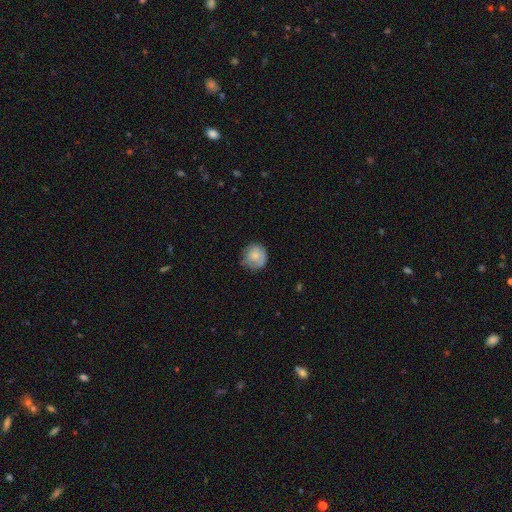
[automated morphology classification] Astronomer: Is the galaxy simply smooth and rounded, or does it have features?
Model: smooth — 73%.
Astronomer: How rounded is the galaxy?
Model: round — 90%.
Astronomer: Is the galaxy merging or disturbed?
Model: none — 69%.